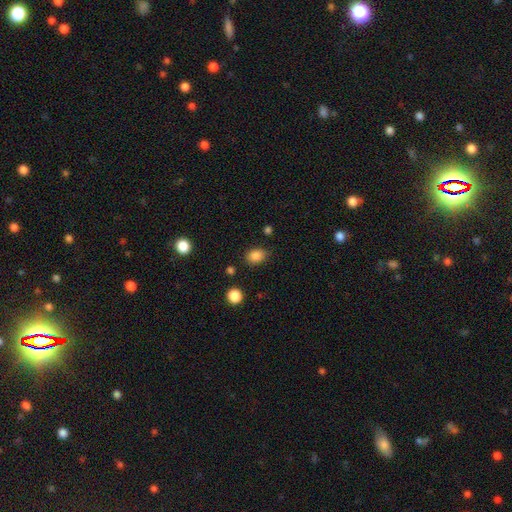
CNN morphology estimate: Smooth or featured? Predicted: smooth (p=0.86). How rounded? Predicted: in between (p=0.64). Merging? Predicted: none (p=0.79).